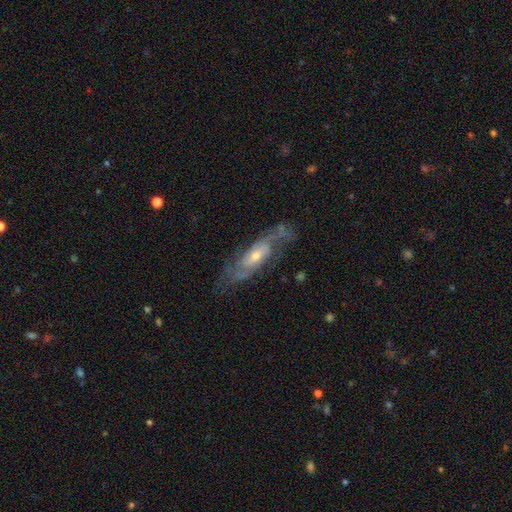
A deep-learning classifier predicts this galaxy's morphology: This appears to be a featured or disk galaxy (81%) with no bar (60%), 2 (60%) medium (44%) spiral arms (90%) and a small central bulge (50%). Merging: none (69%).